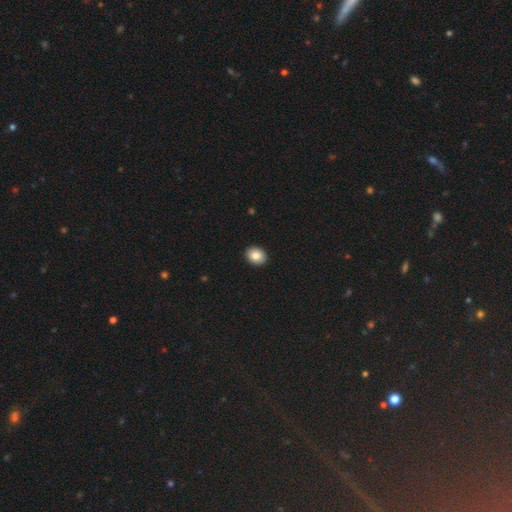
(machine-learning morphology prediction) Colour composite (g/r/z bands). It shows a smooth galaxy with no disk features (84%) that is in between round and cigar-shaped (50%). Merging: none (92%).